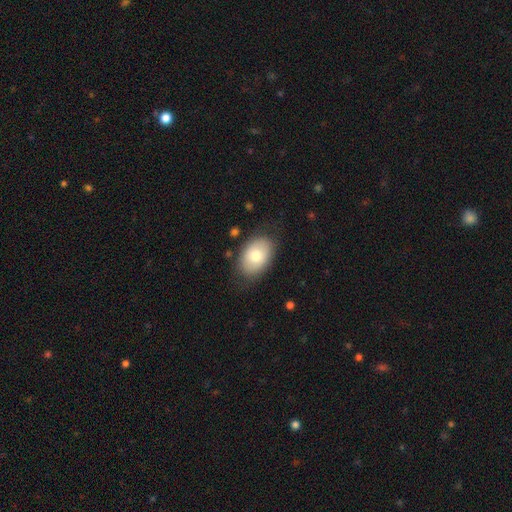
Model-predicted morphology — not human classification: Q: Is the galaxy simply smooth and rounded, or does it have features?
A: smooth — 75%.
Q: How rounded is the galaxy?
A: in between — 87%.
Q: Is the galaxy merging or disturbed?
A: none — 79%.